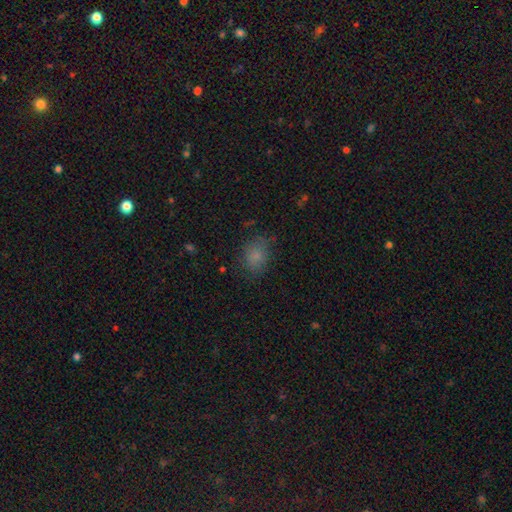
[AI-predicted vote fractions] Q: Smooth or featured?
A: smooth (80%); runner-up: star or artifact (13%)
Q: How rounded?
A: in between (56%); runner-up: round (42%)
Q: Merging?
A: none (73%); runner-up: minor disturbance (18%)